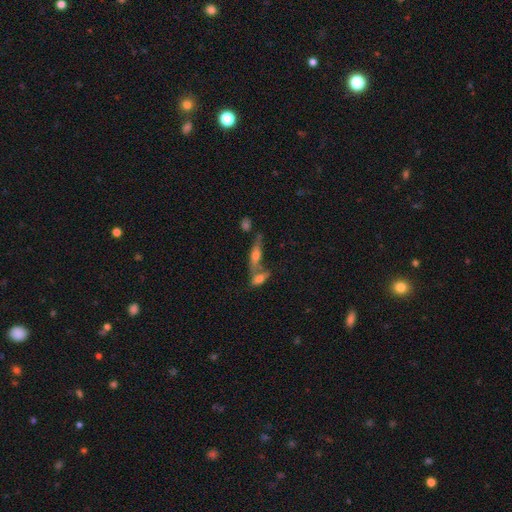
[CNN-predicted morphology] A featured or disk galaxy (55%) viewed edge-on (77%).

Vote fractions:
- Smooth or featured? featured or disk: 55% / smooth: 31% / star or artifact: 14%
- Edge-on disk? yes: 77% / no: 23%
- Merging? none: 43% / merger: 42% / minor disturbance: 9% / major disturbance: 5%